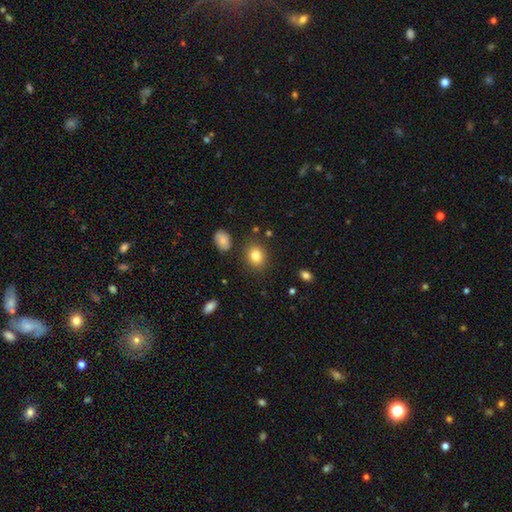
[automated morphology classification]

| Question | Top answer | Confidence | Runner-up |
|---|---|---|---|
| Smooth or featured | smooth | 82% | star or artifact (11%) |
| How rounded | round | 58% | in between (41%) |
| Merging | none | 84% | minor disturbance (10%) |